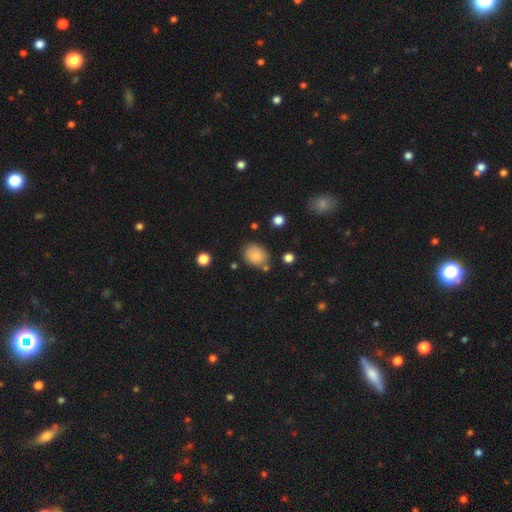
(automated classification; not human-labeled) This appears to be a smooth galaxy with no disk features (80%) that is round (54%). Merging: none (73%).